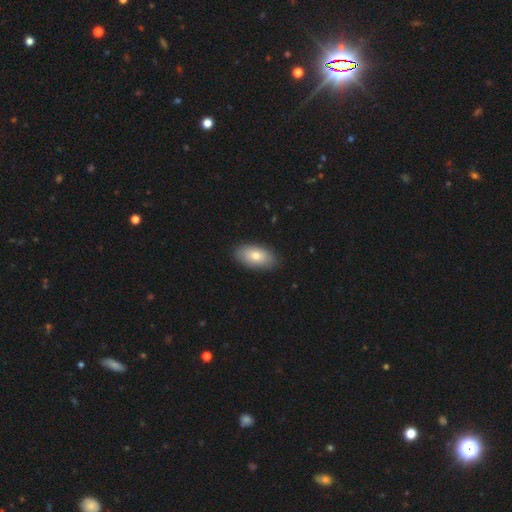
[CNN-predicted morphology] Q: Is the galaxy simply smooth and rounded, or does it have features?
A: smooth — 77%.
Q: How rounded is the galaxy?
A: in between — 94%.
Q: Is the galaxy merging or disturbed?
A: none — 86%.